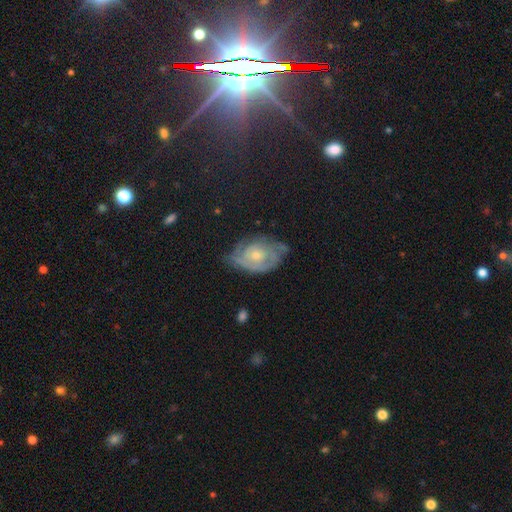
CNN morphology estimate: smooth_or_featured: featured or disk (p=0.72) [alt: smooth p=0.18]
disk_edge_on: no (p=0.96) [alt: yes p=0.04]
bar: no (p=0.79) [alt: weak p=0.18]
has_spiral_arms: yes (p=0.87) [alt: no p=0.13]
spiral_winding: tight (p=0.65) [alt: medium p=0.27]
spiral_arm_count: can't tell (p=0.43) [alt: 2 p=0.29]
bulge_size: small (p=0.54) [alt: moderate p=0.41]
merging: none (p=0.58) [alt: minor disturbance p=0.29]